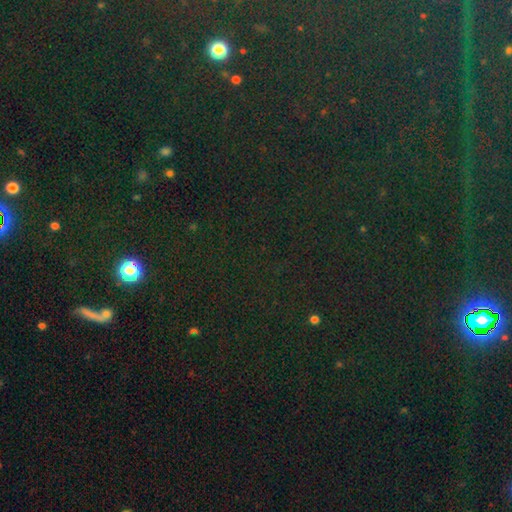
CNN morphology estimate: A star or artifact, not a galaxy (78%).